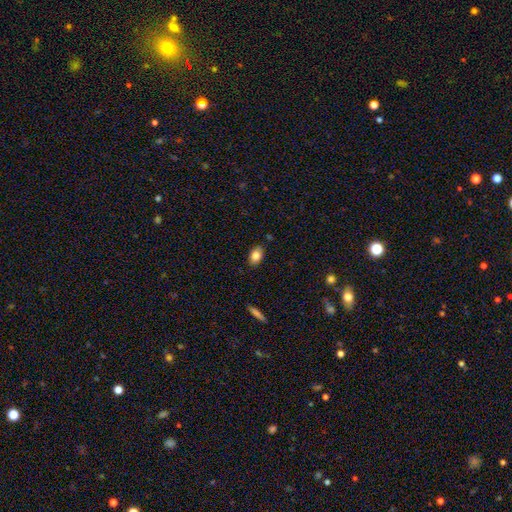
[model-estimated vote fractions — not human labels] Smooth or featured? Predicted: smooth (p=0.81). How rounded? Predicted: in between (p=0.88). Merging? Predicted: none (p=0.86).